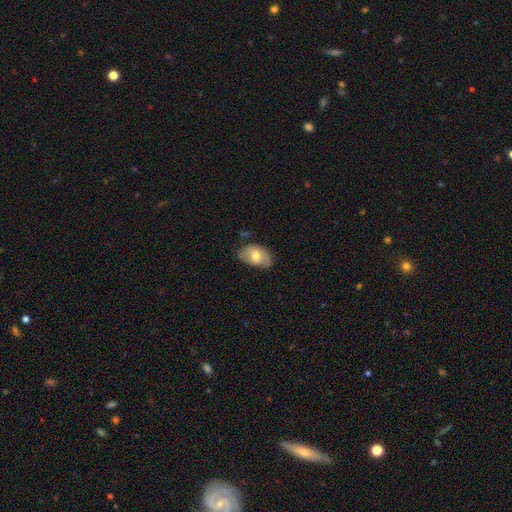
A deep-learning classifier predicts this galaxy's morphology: This is likely a smooth galaxy (66%). How rounded: clearly in between (89%). Merging: possibly none (55%).